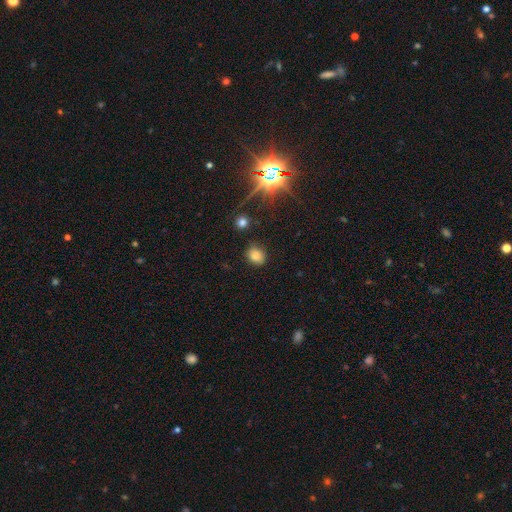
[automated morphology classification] smooth 75%, star or artifact 18%, featured or disk 7%. Down the decision tree: how rounded — round (52%); merging — none (84%).